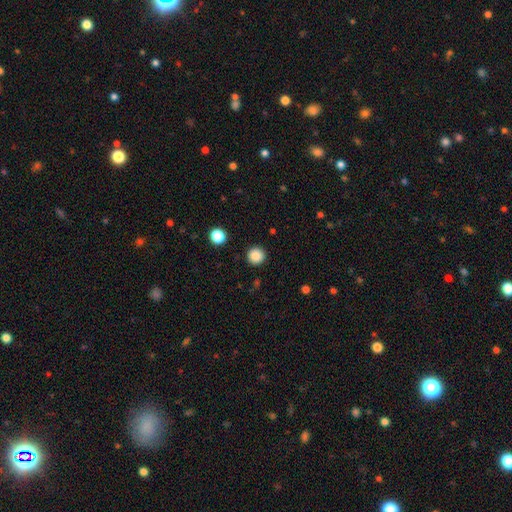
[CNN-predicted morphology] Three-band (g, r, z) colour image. It shows a smooth galaxy with no disk features (87%) that is round (95%). Merging: none (92%).